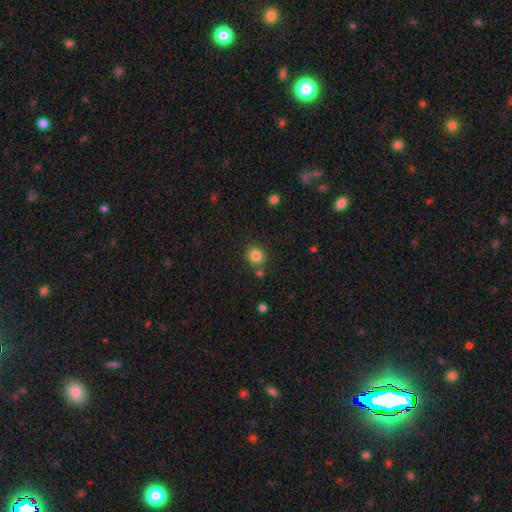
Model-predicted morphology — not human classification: Smooth or featured? smooth (84%)
How rounded? round (80%)
Merging? none (80%)